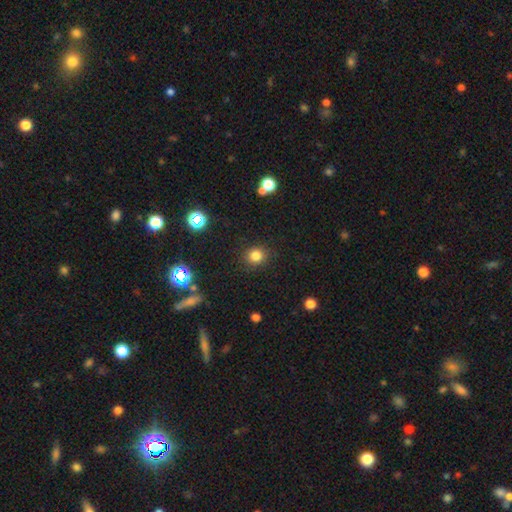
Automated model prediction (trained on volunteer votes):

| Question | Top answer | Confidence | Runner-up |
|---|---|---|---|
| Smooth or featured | smooth | 80% | star or artifact (15%) |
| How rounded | round | 86% | in between (13%) |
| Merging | none | 88% | minor disturbance (8%) |